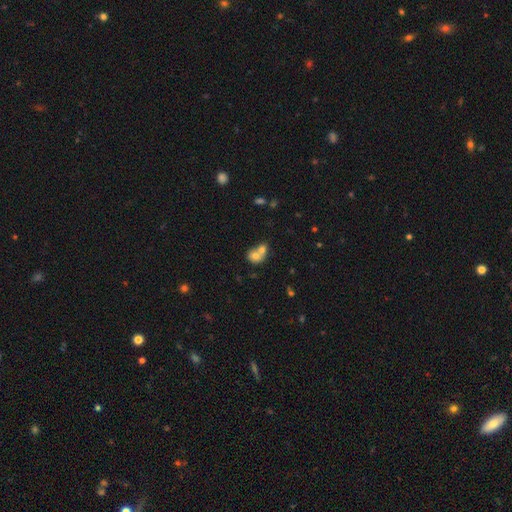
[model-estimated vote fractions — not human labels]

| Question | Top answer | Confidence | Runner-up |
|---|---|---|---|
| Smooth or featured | smooth | 70% | featured or disk (20%) |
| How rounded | round | 62% | in between (37%) |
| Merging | merger | 67% | none (24%) |